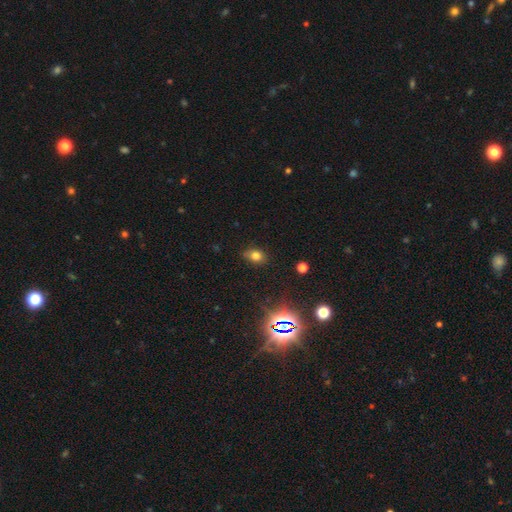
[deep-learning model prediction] smooth-or-featured: smooth: 73% | star or artifact: 19% | featured or disk: 8%
  how-rounded: in between: 61% | round: 37% | cigar-shaped: 2%
  merging: none: 77% | minor disturbance: 18% | major disturbance: 4% | merger: 2%